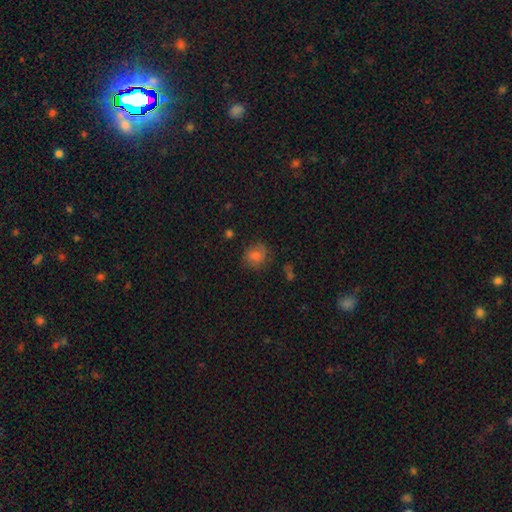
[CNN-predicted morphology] smooth_or_featured: smooth (p=0.75) [alt: star or artifact p=0.13]
how_rounded: round (p=0.76) [alt: in between p=0.23]
merging: none (p=0.72) [alt: minor disturbance p=0.19]